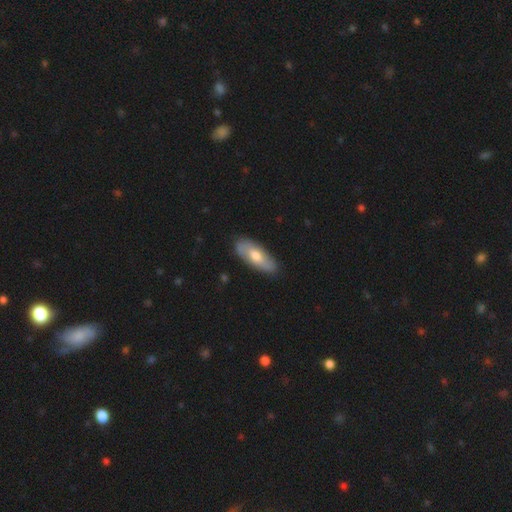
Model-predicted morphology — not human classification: smooth_or_featured: smooth (p=0.57) [alt: featured or disk p=0.38]
how_rounded: in between (p=0.77) [alt: cigar-shaped p=0.21]
merging: none (p=0.83) [alt: minor disturbance p=0.13]